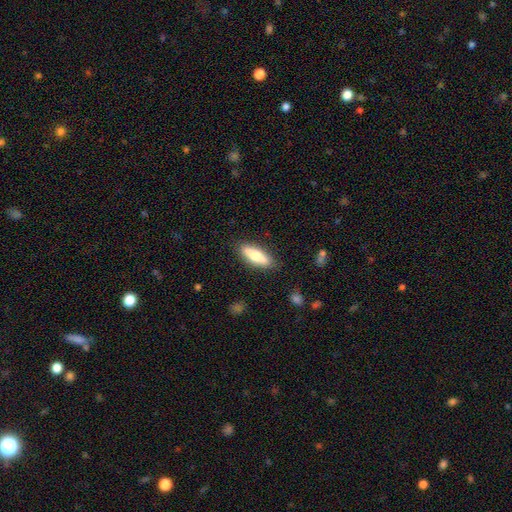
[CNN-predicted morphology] A smooth galaxy with no disk features (63%) that is cigar-shaped (56%). Merging: none (87%).